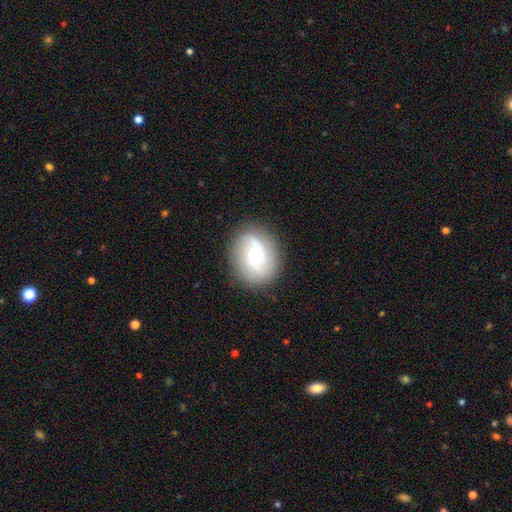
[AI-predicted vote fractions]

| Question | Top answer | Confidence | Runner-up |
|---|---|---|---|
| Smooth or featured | featured or disk | 67% | smooth (25%) |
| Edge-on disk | no | 96% | yes (4%) |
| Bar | no | 64% | weak (29%) |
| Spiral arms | yes | 87% | no (13%) |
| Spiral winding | medium | 40% | loose (30%) |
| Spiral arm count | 2 | 59% | can't tell (19%) |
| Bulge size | small | 55% | moderate (41%) |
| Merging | none | 82% | minor disturbance (12%) |